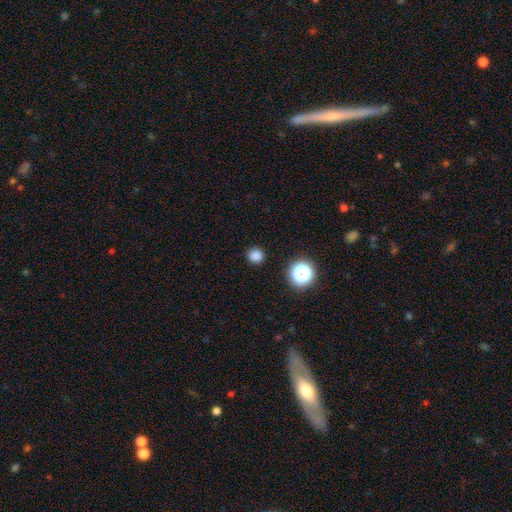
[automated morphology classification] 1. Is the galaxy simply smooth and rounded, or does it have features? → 81% smooth, 15% star or artifact, 4% featured or disk.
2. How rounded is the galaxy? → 94% round, 5% in between, 1% cigar-shaped.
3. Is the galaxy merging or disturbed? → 91% none, 6% minor disturbance, 2% major disturbance, 1% merger.